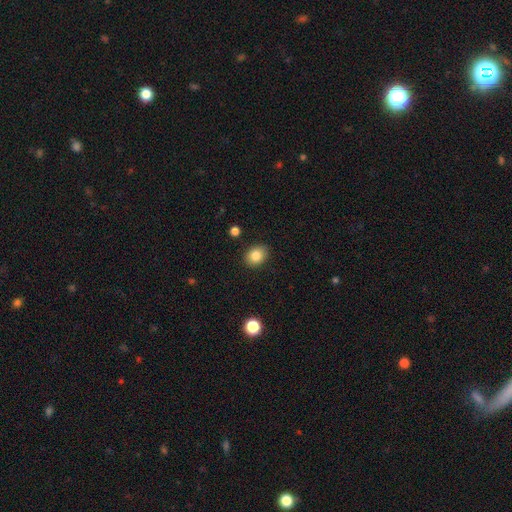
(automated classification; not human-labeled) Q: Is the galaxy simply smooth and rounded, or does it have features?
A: smooth — 84%.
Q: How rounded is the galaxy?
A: in between — 52%.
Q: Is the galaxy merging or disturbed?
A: none — 87%.